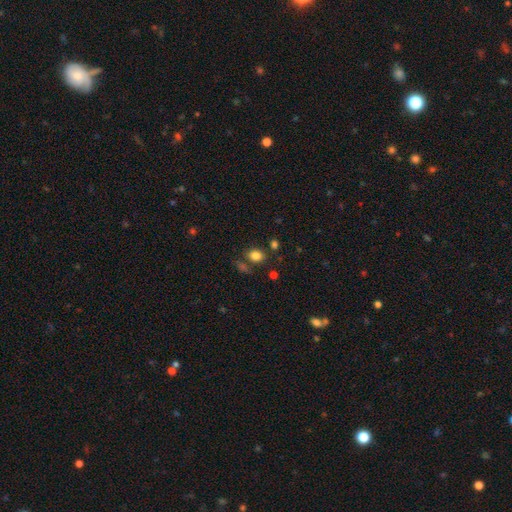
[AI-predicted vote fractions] Smooth or featured? Predicted: smooth (p=0.81). How rounded? Predicted: in between (p=0.56). Merging? Predicted: none (p=0.73).